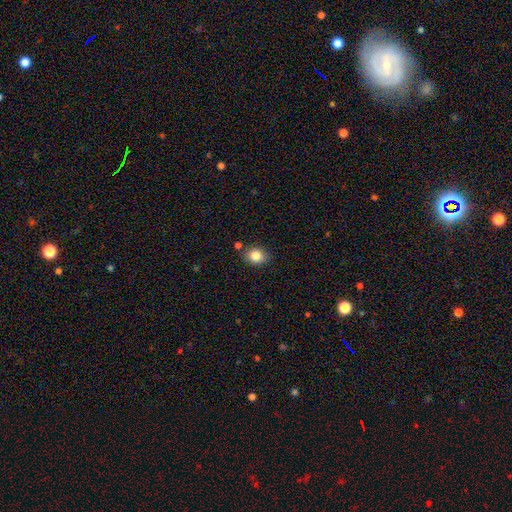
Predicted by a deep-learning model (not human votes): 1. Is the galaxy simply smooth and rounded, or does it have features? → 83% smooth, 10% star or artifact, 7% featured or disk.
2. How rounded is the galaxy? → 54% round, 45% in between, 1% cigar-shaped.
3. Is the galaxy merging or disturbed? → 80% none, 12% minor disturbance, 5% merger, 3% major disturbance.